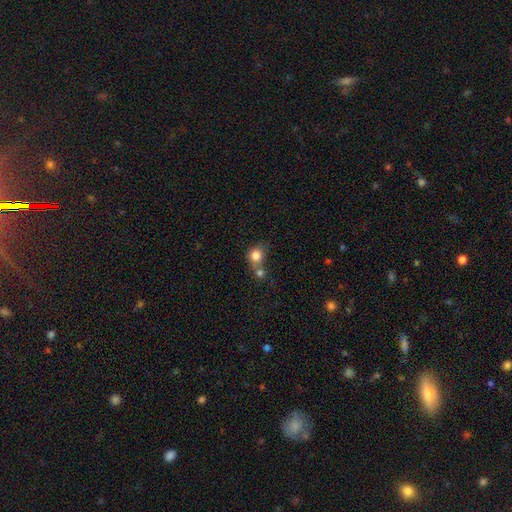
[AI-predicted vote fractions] Overall: smooth (81%). How rounded: round (79%). Merging: merger (47%; none 38%).